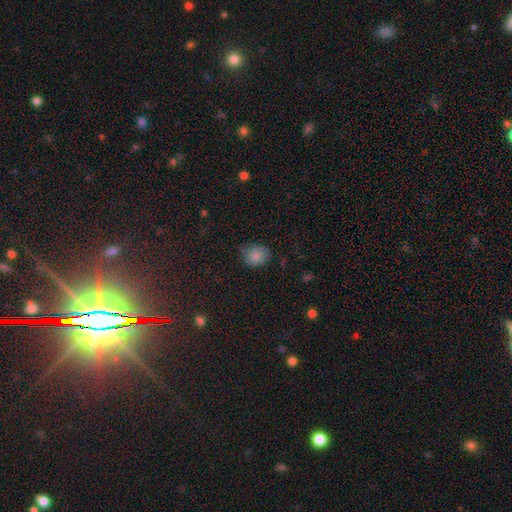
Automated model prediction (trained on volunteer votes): Q: Smooth or featured?
A: smooth (83%); runner-up: star or artifact (10%)
Q: How rounded?
A: round (63%); runner-up: in between (36%)
Q: Merging?
A: none (63%); runner-up: minor disturbance (28%)